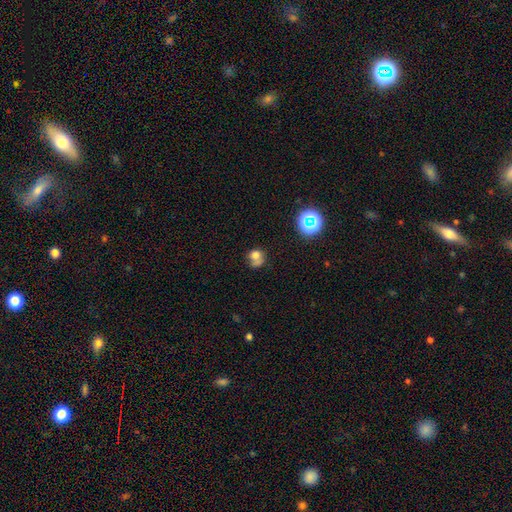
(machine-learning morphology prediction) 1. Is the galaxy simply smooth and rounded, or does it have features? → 67% smooth, 17% featured or disk, 16% star or artifact.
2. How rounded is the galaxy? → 72% round, 27% in between, 1% cigar-shaped.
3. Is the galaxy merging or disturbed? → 36% none, 24% merger, 21% minor disturbance, 19% major disturbance.